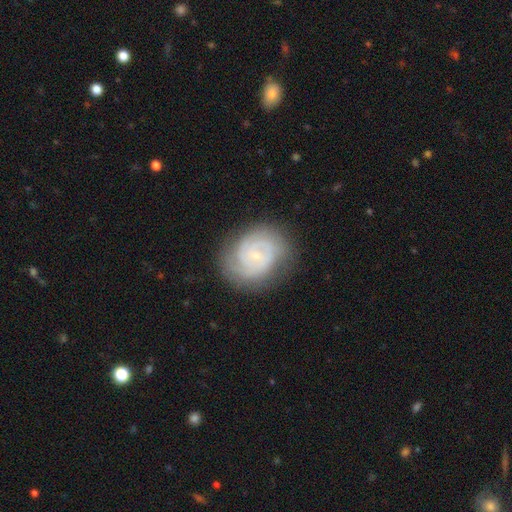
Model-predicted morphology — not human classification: smooth-or-featured: featured or disk: 82% | smooth: 12% | star or artifact: 6%
  disk-edge-on: no: 98% | yes: 2%
    bar: no: 61% | weak: 34% | strong: 5%
    has-spiral-arms: yes: 96% | no: 4%
      spiral-winding: tight: 65% | medium: 30% | loose: 6%
      spiral-arm-count: 2: 42% | can't tell: 22% | 3: 21% | 4: 6% | 1: 5% | more than 4: 5%
    bulge-size: small: 81% | moderate: 14% | none: 3% | large: 1% | dominant: 1%
  merging: none: 79% | minor disturbance: 15% | major disturbance: 5% | merger: 1%